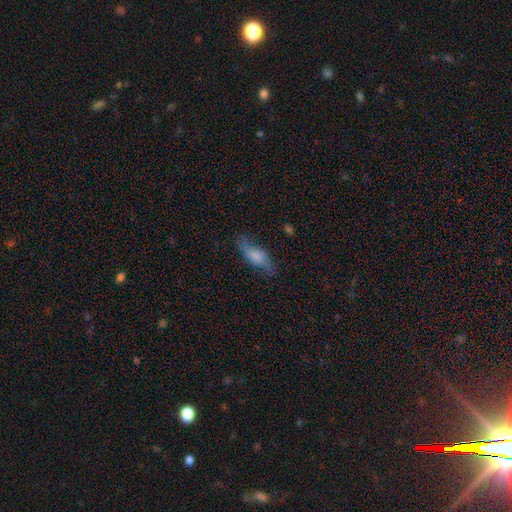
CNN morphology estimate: A smooth galaxy with no disk features (55%) that is in between round and cigar-shaped (68%). Merging: none (66%).